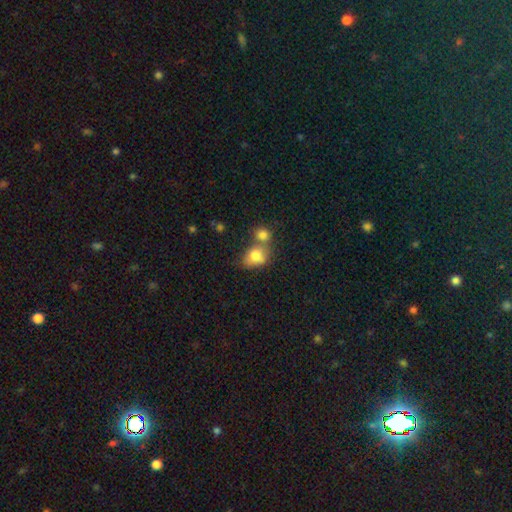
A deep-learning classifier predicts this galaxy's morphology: smooth-or-featured: smooth: 77% | featured or disk: 14% | star or artifact: 9%
  how-rounded: in between: 57% | round: 41% | cigar-shaped: 1%
  merging: merger: 52% | none: 29% | minor disturbance: 13% | major disturbance: 6%